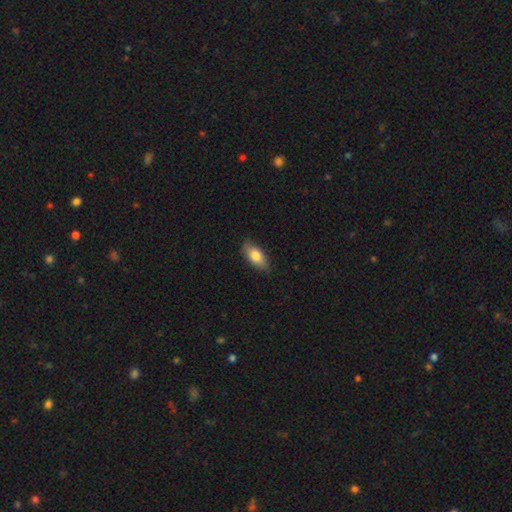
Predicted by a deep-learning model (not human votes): Overall: smooth (79%). How rounded: in between (88%). Merging: none (83%).